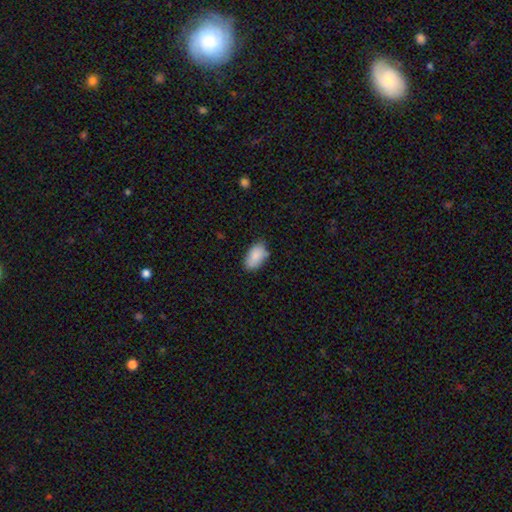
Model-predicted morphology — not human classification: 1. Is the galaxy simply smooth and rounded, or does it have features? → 87% smooth, 7% star or artifact, 6% featured or disk.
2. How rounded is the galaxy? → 94% in between, 4% round, 2% cigar-shaped.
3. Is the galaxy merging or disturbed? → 74% none, 20% minor disturbance, 4% major disturbance, 2% merger.